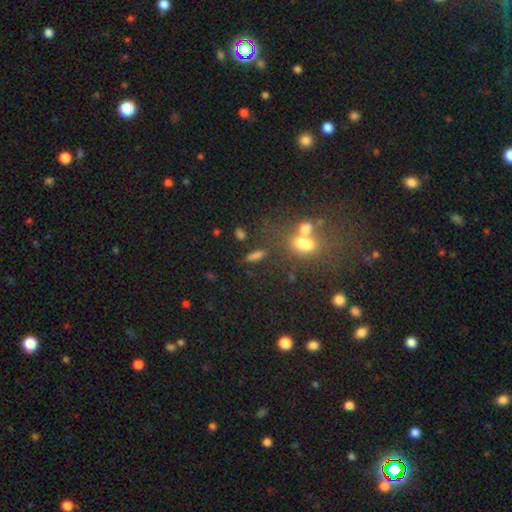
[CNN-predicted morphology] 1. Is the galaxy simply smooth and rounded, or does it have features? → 65% smooth, 19% star or artifact, 16% featured or disk.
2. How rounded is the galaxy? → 49% in between, 38% cigar-shaped, 13% round.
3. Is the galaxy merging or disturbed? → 61% none, 20% merger, 12% minor disturbance, 7% major disturbance.